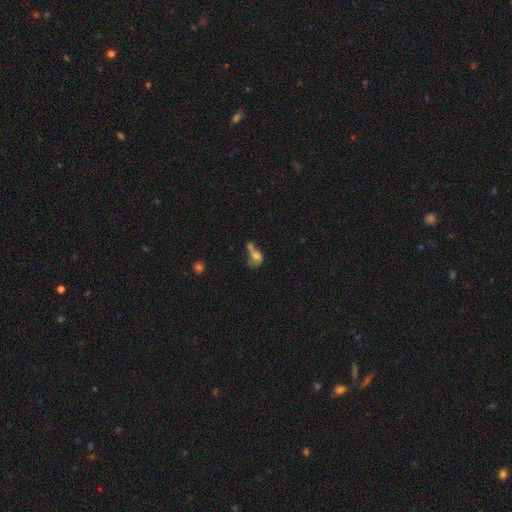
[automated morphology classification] Smooth or featured?
  - smooth: 50% *
  - featured or disk: 35%
  - star or artifact: 15%
How rounded?
  - in between: 72% *
  - round: 20%
  - cigar-shaped: 7%
Merging?
  - merger: 35% *
  - major disturbance: 29%
  - none: 20%
  - minor disturbance: 15%